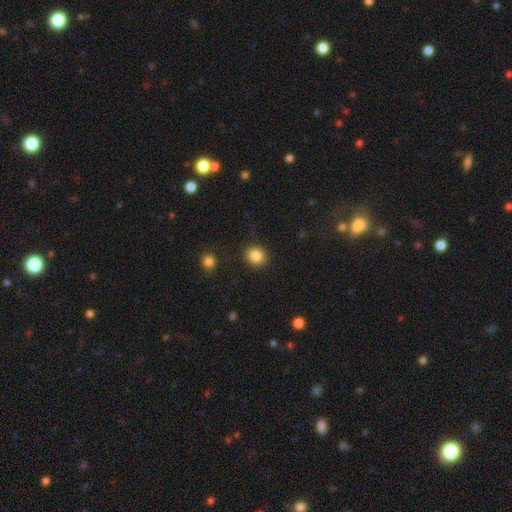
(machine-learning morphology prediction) type=smooth (85%); roundness=round (77%); merging=none (89%).